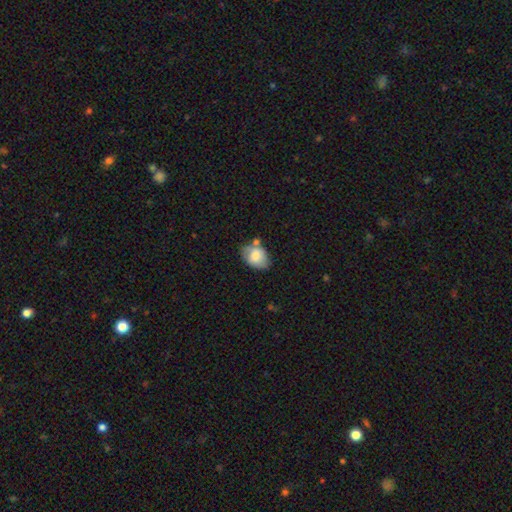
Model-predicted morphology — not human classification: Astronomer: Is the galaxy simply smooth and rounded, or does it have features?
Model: smooth — 75%.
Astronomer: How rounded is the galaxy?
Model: in between — 75%.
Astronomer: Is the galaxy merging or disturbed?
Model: none — 54%.